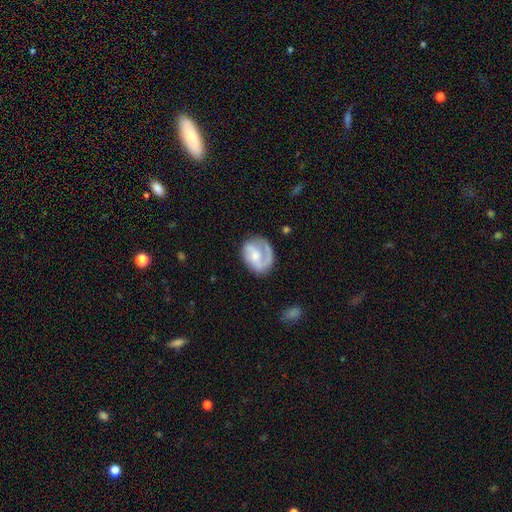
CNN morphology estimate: smooth_or_featured: featured or disk (p=0.71) [alt: smooth p=0.23]
disk_edge_on: no (p=0.98) [alt: yes p=0.02]
bar: no (p=0.48) [alt: weak p=0.40]
has_spiral_arms: yes (p=0.88) [alt: no p=0.12]
spiral_winding: medium (p=0.43) [alt: tight p=0.33]
spiral_arm_count: 2 (p=0.49) [alt: 1 p=0.35]
bulge_size: moderate (p=0.44) [alt: small p=0.38]
merging: none (p=0.63) [alt: minor disturbance p=0.21]